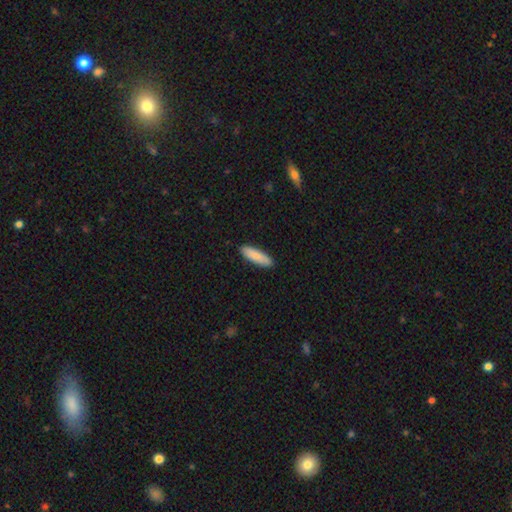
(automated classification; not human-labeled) Smooth or featured?
  - smooth: 87% *
  - featured or disk: 8%
  - star or artifact: 5%
How rounded?
  - cigar-shaped: 60% *
  - in between: 38%
  - round: 1%
Merging?
  - none: 90% *
  - minor disturbance: 8%
  - major disturbance: 1%
  - merger: 1%